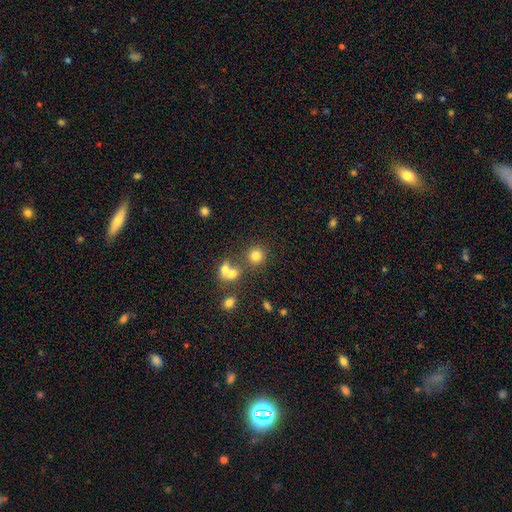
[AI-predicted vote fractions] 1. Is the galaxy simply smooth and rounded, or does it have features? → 78% smooth, 14% star or artifact, 8% featured or disk.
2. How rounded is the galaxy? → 89% round, 10% in between, 1% cigar-shaped.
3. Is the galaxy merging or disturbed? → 72% none, 15% merger, 8% minor disturbance, 4% major disturbance.